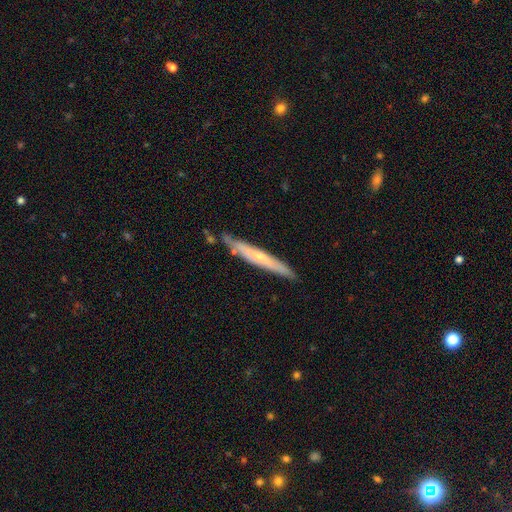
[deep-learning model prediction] Smooth or featured?
  - featured or disk: 57% *
  - smooth: 37%
  - star or artifact: 6%
Edge-on disk?
  - yes: 88% *
  - no: 12%
Edge-on bulge?
  - rounded: 53% *
  - none: 43%
  - boxy: 4%
Merging?
  - none: 82% *
  - minor disturbance: 14%
  - merger: 3%
  - major disturbance: 2%